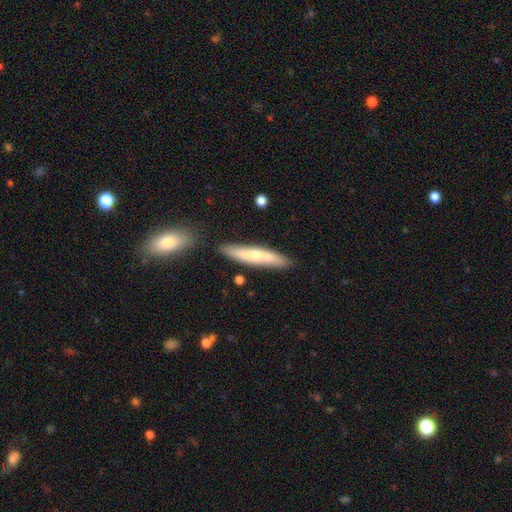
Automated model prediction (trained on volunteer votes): This appears to be a smooth galaxy with no disk features (58%) that is cigar-shaped (87%). Merging: none (82%).